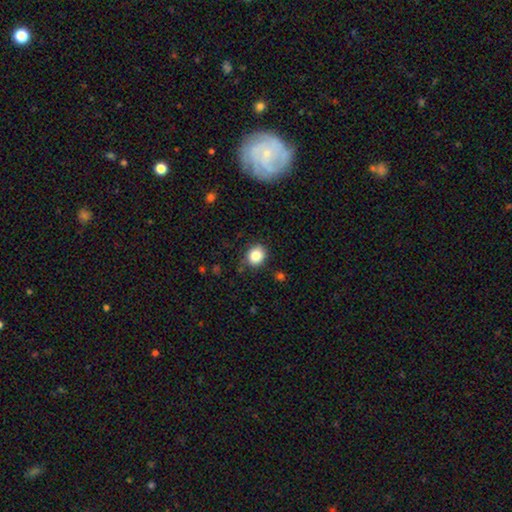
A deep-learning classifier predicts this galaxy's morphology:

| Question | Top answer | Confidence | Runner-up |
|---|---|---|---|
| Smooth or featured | smooth | 84% | star or artifact (10%) |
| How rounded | round | 74% | in between (25%) |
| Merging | none | 84% | minor disturbance (12%) |